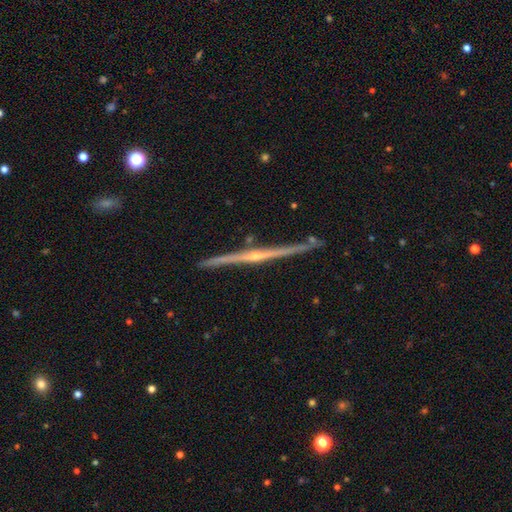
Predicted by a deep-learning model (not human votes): The model was most divided on "edge-on bulge": rounded: 74%, none: 20%, boxy: 6%. More confident: edge-on disk — yes (98%); merging — none (89%); smooth or featured — featured or disk (87%).